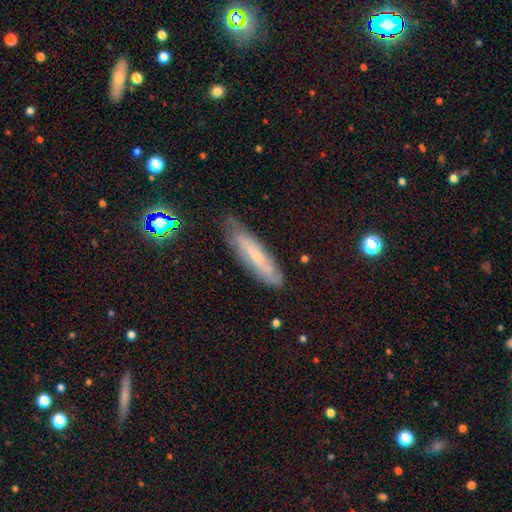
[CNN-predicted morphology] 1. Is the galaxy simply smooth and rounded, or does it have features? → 49% featured or disk, 41% smooth, 11% star or artifact.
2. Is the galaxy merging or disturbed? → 69% none, 23% minor disturbance, 6% major disturbance, 2% merger.